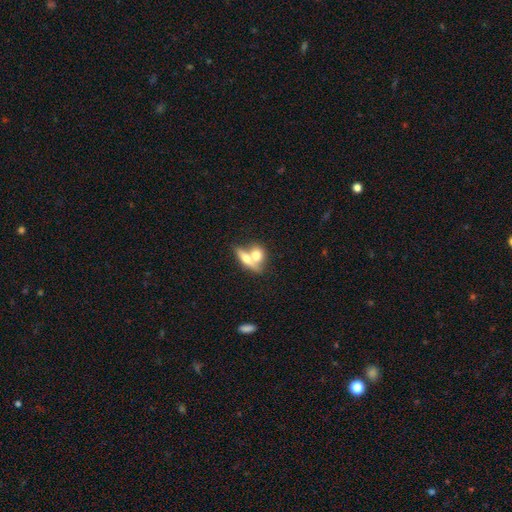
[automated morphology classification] smooth-or-featured: smooth: 66% | featured or disk: 28% | star or artifact: 7%
  how-rounded: in between: 59% | round: 28% | cigar-shaped: 13%
  merging: merger: 65% | none: 25% | minor disturbance: 7% | major disturbance: 4%